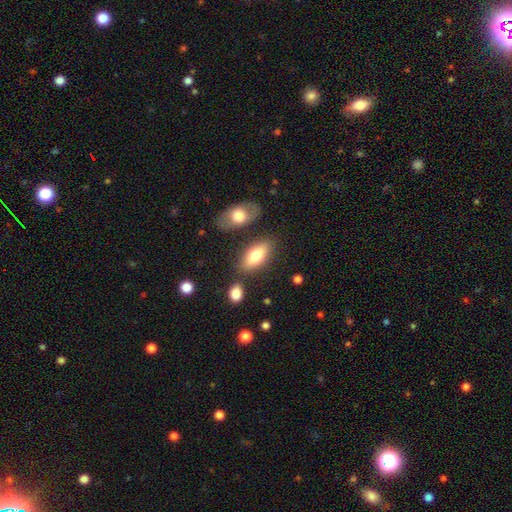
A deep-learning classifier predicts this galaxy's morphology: Smooth or featured? smooth (74%)
How rounded? in between (84%)
Merging? none (74%)